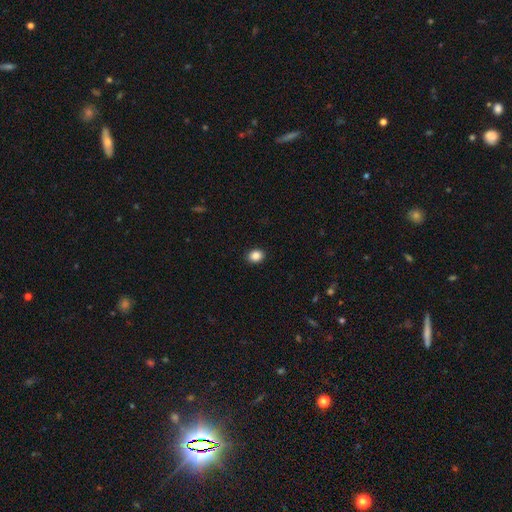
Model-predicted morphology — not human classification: Q: Smooth or featured?
A: smooth (86%); runner-up: star or artifact (10%)
Q: How rounded?
A: in between (50%); runner-up: round (49%)
Q: Merging?
A: none (91%); runner-up: minor disturbance (6%)